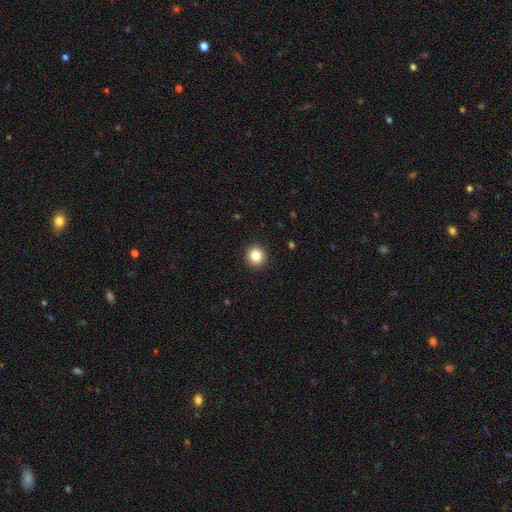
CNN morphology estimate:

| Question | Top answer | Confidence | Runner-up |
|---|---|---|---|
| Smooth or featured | smooth | 84% | star or artifact (10%) |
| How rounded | round | 92% | in between (7%) |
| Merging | none | 93% | minor disturbance (5%) |